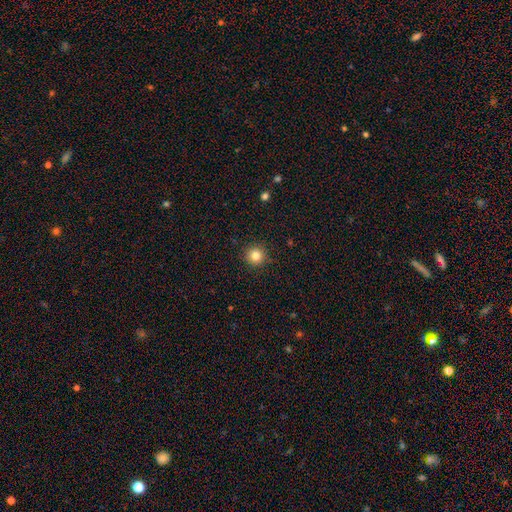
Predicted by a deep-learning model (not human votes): A smooth galaxy with no disk features (82%) that is round (95%).

Vote fractions:
- Smooth or featured? smooth: 82% / star or artifact: 12% / featured or disk: 6%
- How rounded? round: 95% / in between: 4% / cigar-shaped: 1%
- Merging? none: 92% / minor disturbance: 5% / major disturbance: 2% / merger: 1%